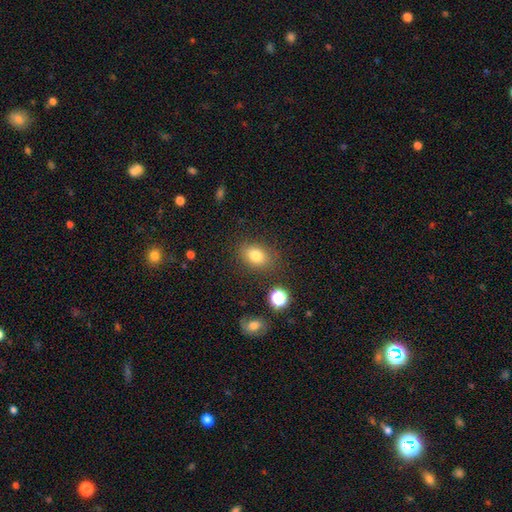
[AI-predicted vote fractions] smooth_or_featured: smooth (p=0.79) [alt: star or artifact p=0.12]
how_rounded: in between (p=0.70) [alt: round p=0.28]
merging: none (p=0.82) [alt: minor disturbance p=0.11]